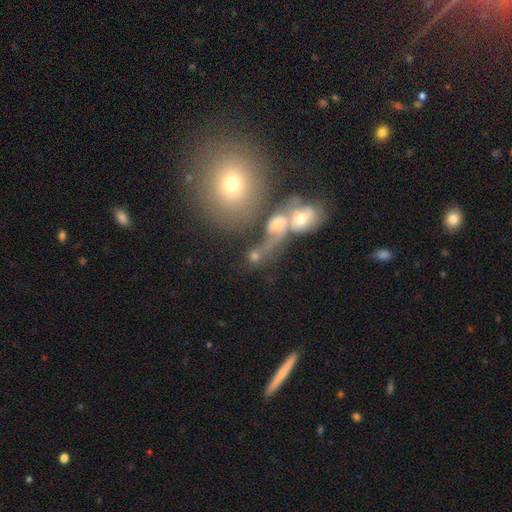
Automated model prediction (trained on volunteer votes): A smooth galaxy with no disk features (47%).

Vote fractions:
- Smooth or featured? smooth: 47% / featured or disk: 34% / star or artifact: 19%
- Merging? merger: 51% / none: 23% / major disturbance: 17% / minor disturbance: 10%